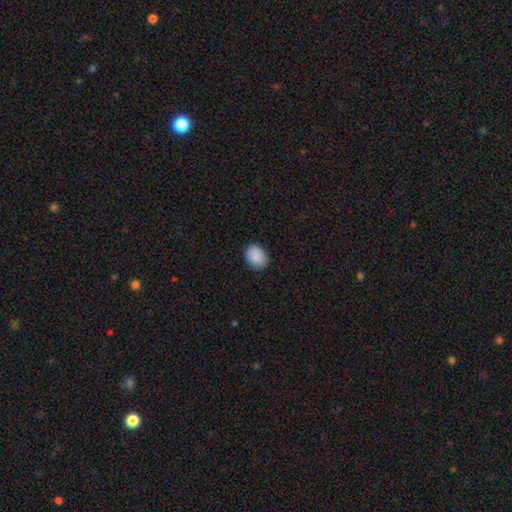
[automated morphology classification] This is clearly a smooth galaxy (89%). How rounded: likely in between (63%). Merging: clearly none (85%).